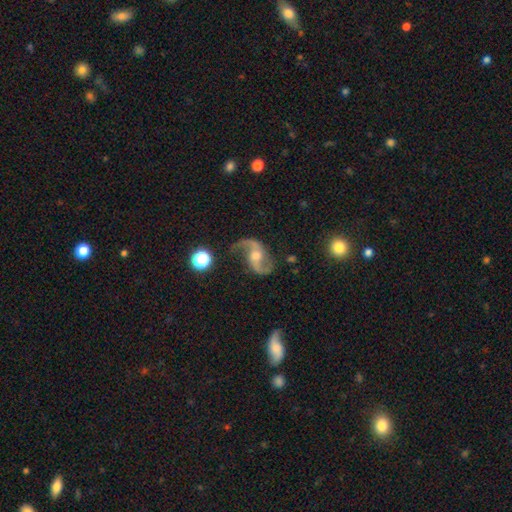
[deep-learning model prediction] Morphology: type=featured or disk (91%); edge-on=no (98%); bar=no (50%); spiral arms=yes (97%); winding=loose (73%); arm count=2 (93%); bulge=moderate (62%); merging=none (74%).